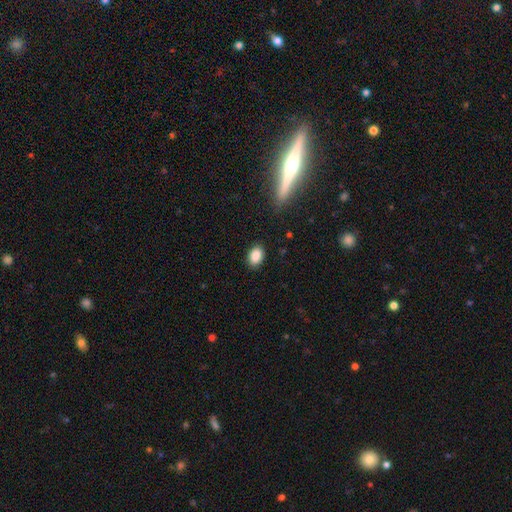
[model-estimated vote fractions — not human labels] A smooth galaxy with no disk features (87%) that is in between round and cigar-shaped (84%).

Vote fractions:
- Smooth or featured? smooth: 87% / star or artifact: 8% / featured or disk: 5%
- How rounded? in between: 84% / round: 15% / cigar-shaped: 1%
- Merging? none: 87% / minor disturbance: 9% / major disturbance: 2% / merger: 1%